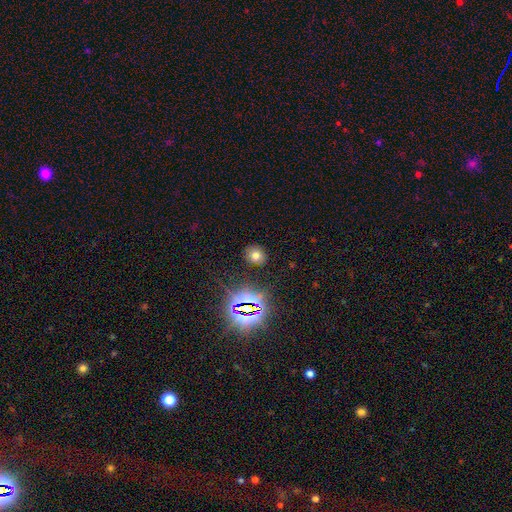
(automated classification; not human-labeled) Smooth or featured: smooth — 65% (star or artifact — 26%)
How rounded: round — 69% (in between — 30%)
Merging: none — 86% (minor disturbance — 9%)